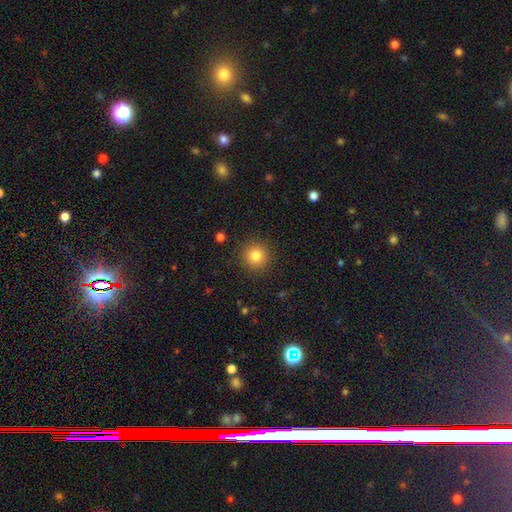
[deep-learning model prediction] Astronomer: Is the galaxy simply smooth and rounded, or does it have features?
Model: smooth — 82%.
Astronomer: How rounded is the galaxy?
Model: round — 95%.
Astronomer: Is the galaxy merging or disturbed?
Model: none — 91%.